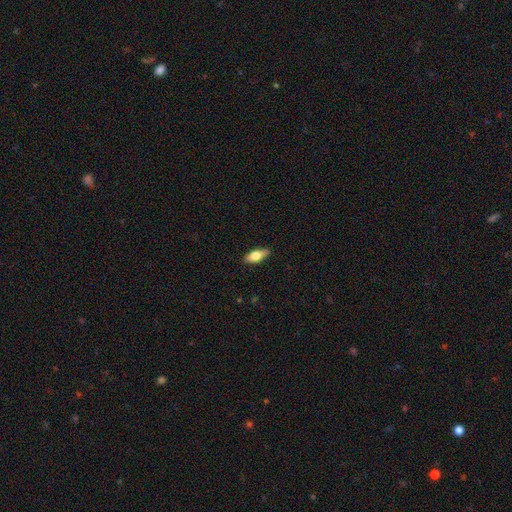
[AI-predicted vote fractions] Q: Smooth or featured?
A: smooth (59%); runner-up: featured or disk (35%)
Q: How rounded?
A: in between (71%); runner-up: cigar-shaped (25%)
Q: Merging?
A: none (87%); runner-up: minor disturbance (10%)